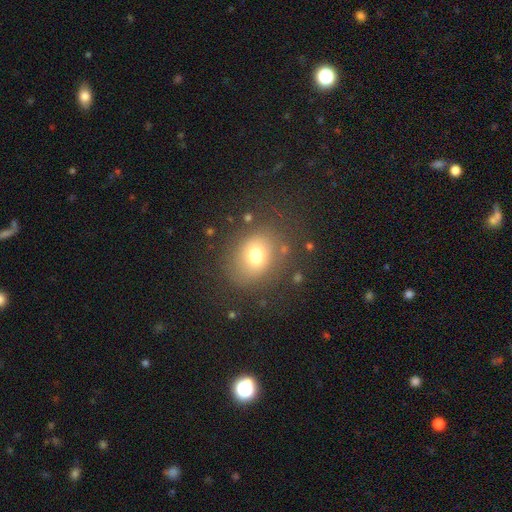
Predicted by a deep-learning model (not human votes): Smooth or featured? Predicted: smooth (p=0.70). How rounded? Predicted: round (p=0.56). Merging? Predicted: none (p=0.71).